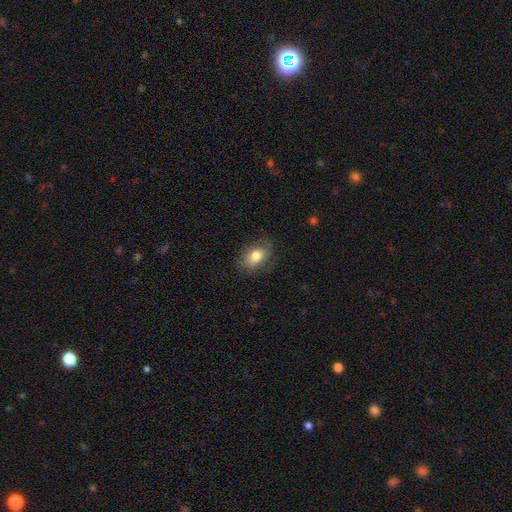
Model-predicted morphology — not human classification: This is likely a smooth galaxy (79%). How rounded: likely in between (79%). Merging: likely none (79%).